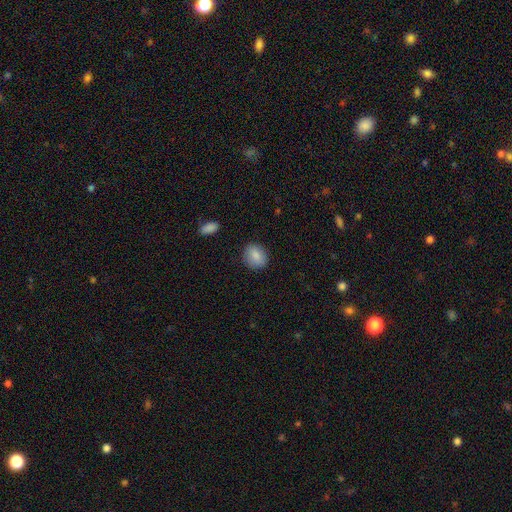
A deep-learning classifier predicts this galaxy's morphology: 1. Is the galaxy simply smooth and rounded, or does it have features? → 86% smooth, 7% star or artifact, 6% featured or disk.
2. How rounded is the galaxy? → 54% round, 45% in between, 1% cigar-shaped.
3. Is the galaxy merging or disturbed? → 85% none, 11% minor disturbance, 3% major disturbance, 1% merger.